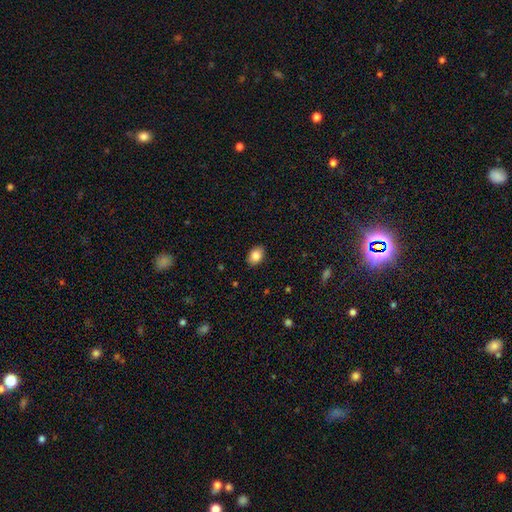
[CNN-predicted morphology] Smooth or featured: smooth — 86% (star or artifact — 8%)
How rounded: in between — 77% (round — 22%)
Merging: none — 88% (minor disturbance — 9%)